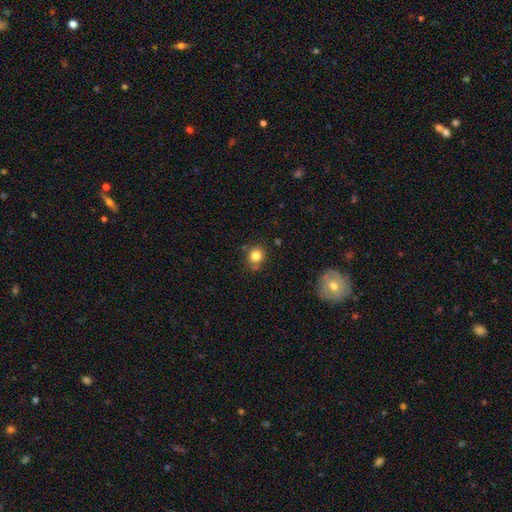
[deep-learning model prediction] Morphology: type=smooth (82%); roundness=round (82%); merging=none (76%).